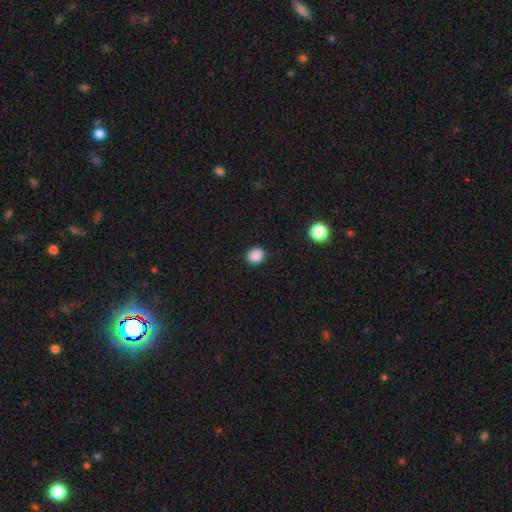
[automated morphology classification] smooth 87%, star or artifact 11%, featured or disk 3%. Down the decision tree: how rounded — round (59%); merging — none (85%).